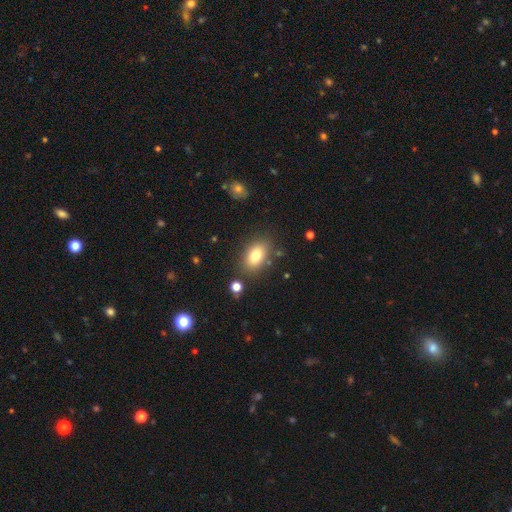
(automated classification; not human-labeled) This appears to be a smooth galaxy with no disk features (79%) that is in between round and cigar-shaped (86%). Merging: none (81%).